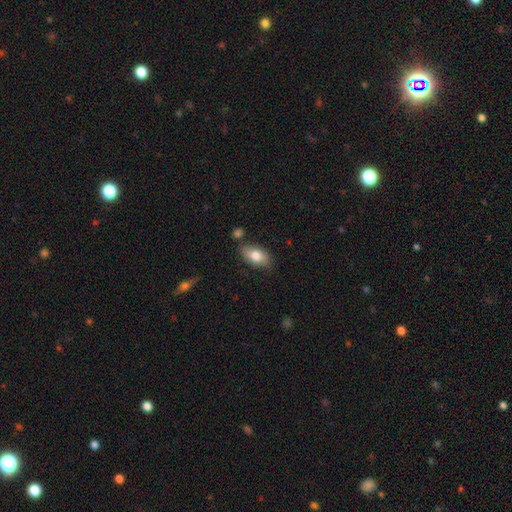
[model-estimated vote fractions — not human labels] Q: Smooth or featured?
A: smooth (77%); runner-up: featured or disk (16%)
Q: How rounded?
A: in between (91%); runner-up: round (5%)
Q: Merging?
A: none (79%); runner-up: minor disturbance (14%)